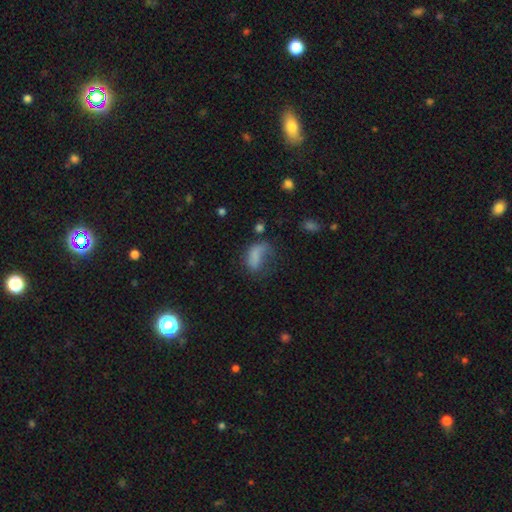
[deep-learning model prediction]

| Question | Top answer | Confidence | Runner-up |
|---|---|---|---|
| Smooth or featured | smooth | 68% | featured or disk (21%) |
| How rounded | in between | 85% | round (9%) |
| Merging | major disturbance | 47% | none (25%) |